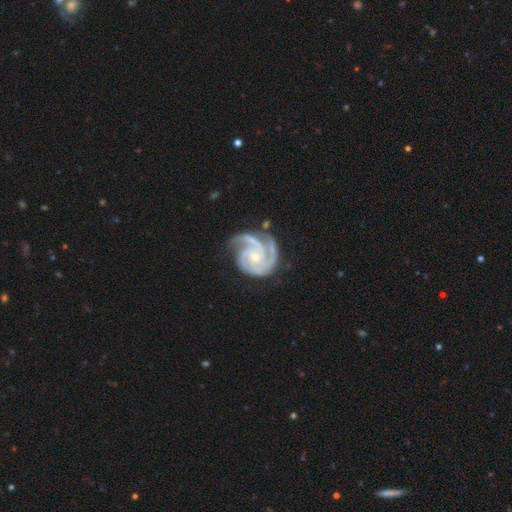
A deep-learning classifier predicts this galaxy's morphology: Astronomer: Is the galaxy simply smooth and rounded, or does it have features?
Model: featured or disk — 93%.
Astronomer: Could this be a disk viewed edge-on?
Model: no — 98%.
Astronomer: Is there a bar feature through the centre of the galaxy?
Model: no — 73%.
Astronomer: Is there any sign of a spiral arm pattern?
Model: yes — 99%.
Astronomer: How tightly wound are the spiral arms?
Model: tight — 67%.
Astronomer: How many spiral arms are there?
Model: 3 — 67%.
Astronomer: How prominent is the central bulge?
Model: small — 68%.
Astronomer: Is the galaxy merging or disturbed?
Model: none — 64%.